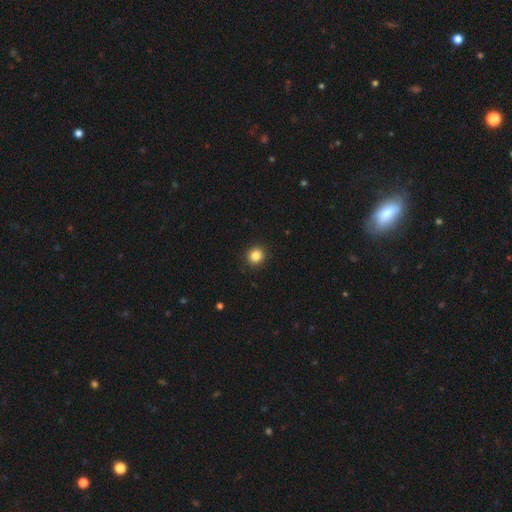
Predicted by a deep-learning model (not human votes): Smooth or featured? Predicted: smooth (p=0.85). How rounded? Predicted: round (p=0.90). Merging? Predicted: none (p=0.92).